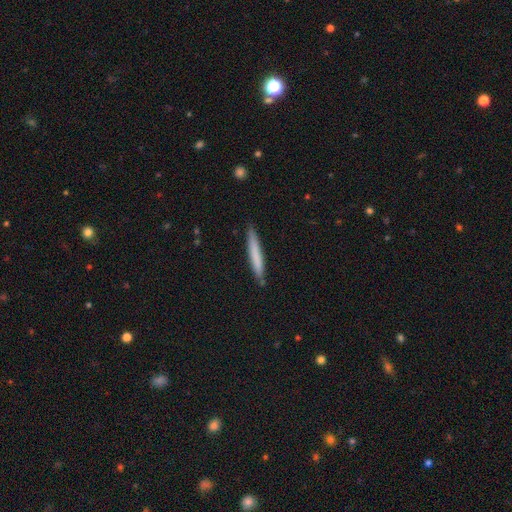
Smooth or featured: smooth — 75% (featured or disk — 19%)
How rounded: cigar-shaped — 96% (round — 4%)
Merging: none — 76% (minor disturbance — 15%)